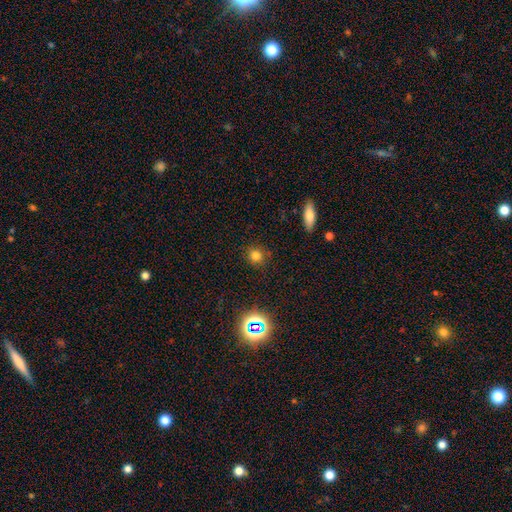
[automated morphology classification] The model was most divided on "smooth or featured": smooth: 75%, star or artifact: 18%, featured or disk: 6%. More confident: how rounded — round (88%); merging — none (87%).